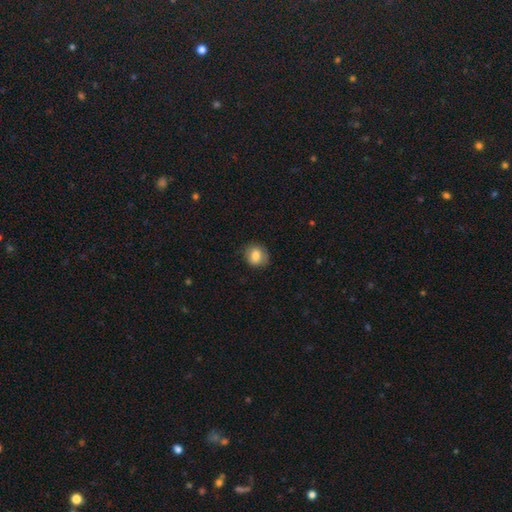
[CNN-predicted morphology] Overall: smooth (80%). How rounded: round (69%; in between 30%). Merging: none (80%).